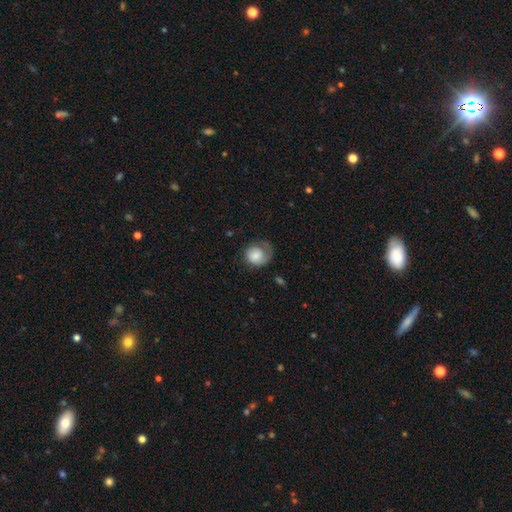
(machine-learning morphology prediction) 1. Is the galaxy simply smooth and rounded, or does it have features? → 66% smooth, 27% featured or disk, 7% star or artifact.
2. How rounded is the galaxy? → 74% round, 25% in between, 1% cigar-shaped.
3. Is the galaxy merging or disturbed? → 40% none, 30% major disturbance, 27% minor disturbance, 2% merger.